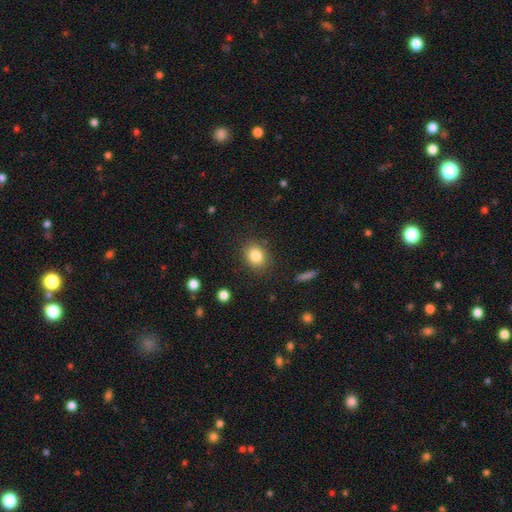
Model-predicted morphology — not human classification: The model was most divided on "how rounded": round: 60%, in between: 39%, cigar-shaped: 1%. More confident: merging — none (85%); smooth or featured — smooth (84%).